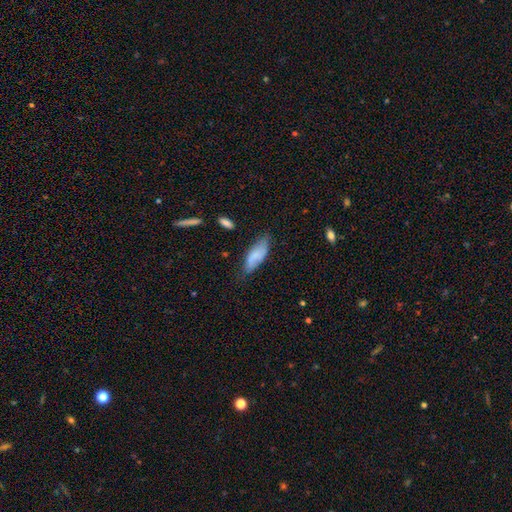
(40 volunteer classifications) Smooth or featured? 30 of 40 (75%) said smooth. How rounded? 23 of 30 (77%) said in between. Merging? 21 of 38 (55%) said none.